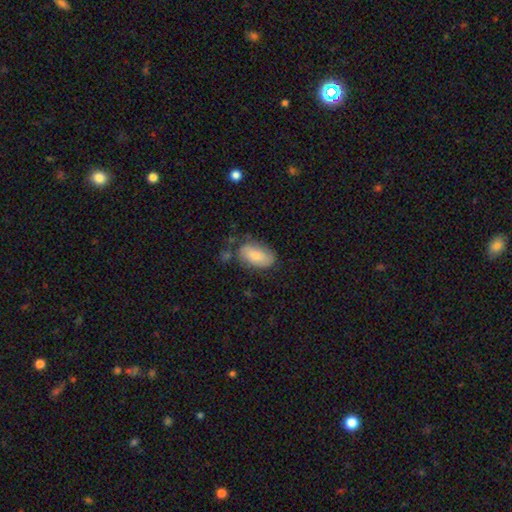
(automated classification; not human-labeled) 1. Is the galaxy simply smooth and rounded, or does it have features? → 74% smooth, 20% featured or disk, 6% star or artifact.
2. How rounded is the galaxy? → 93% in between, 5% round, 2% cigar-shaped.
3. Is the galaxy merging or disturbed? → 61% none, 24% minor disturbance, 9% major disturbance, 5% merger.